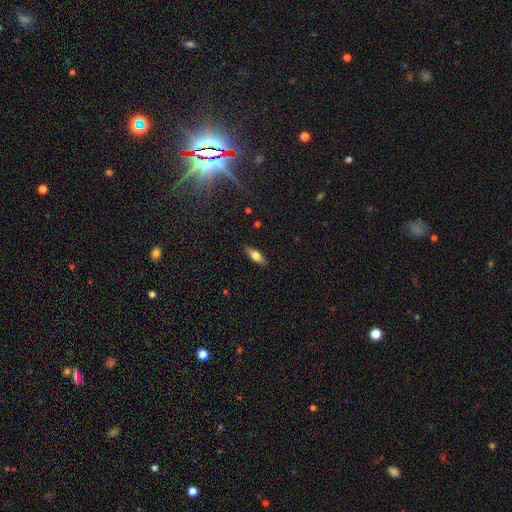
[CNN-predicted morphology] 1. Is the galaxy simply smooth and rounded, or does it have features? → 65% smooth, 28% featured or disk, 7% star or artifact.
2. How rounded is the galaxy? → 65% in between, 32% cigar-shaped, 3% round.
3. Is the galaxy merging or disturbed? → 88% none, 9% minor disturbance, 2% major disturbance, 1% merger.